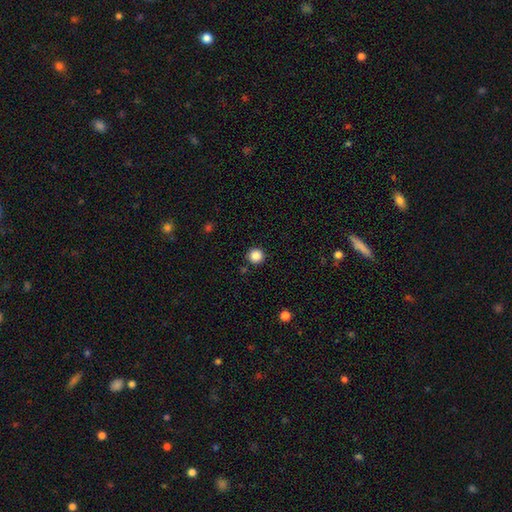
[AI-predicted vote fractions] Smooth or featured?
  - smooth: 86% *
  - star or artifact: 11%
  - featured or disk: 3%
How rounded?
  - round: 95% *
  - in between: 4%
  - cigar-shaped: 1%
Merging?
  - none: 90% *
  - minor disturbance: 6%
  - merger: 2%
  - major disturbance: 2%